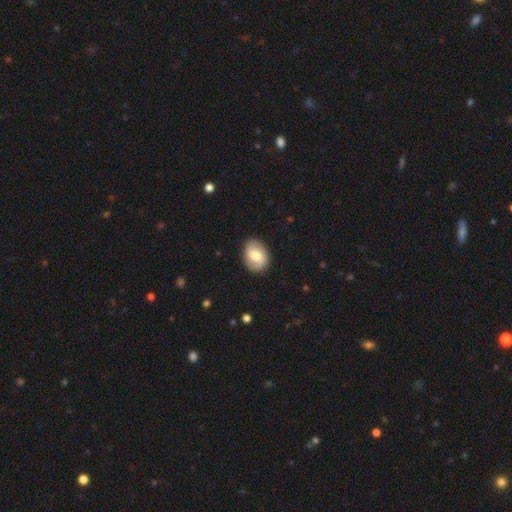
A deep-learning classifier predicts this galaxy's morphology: Q: Smooth or featured?
A: smooth (60%); runner-up: featured or disk (34%)
Q: How rounded?
A: in between (70%); runner-up: round (28%)
Q: Merging?
A: none (85%); runner-up: minor disturbance (11%)